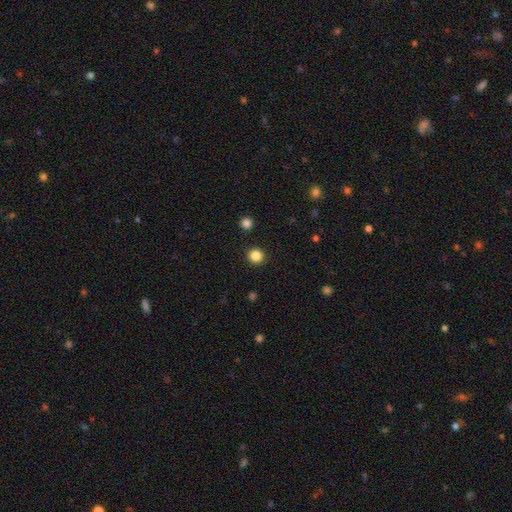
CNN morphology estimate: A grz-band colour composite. It shows a smooth galaxy with no disk features (85%) that is round (94%). Merging: none (93%).